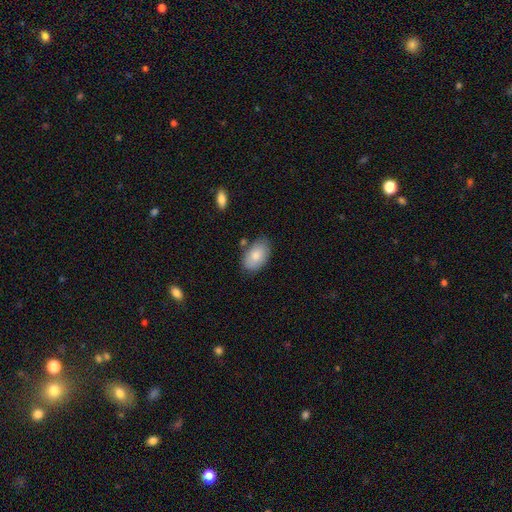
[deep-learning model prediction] Smooth or featured? smooth (80%)
How rounded? in between (92%)
Merging? none (74%)